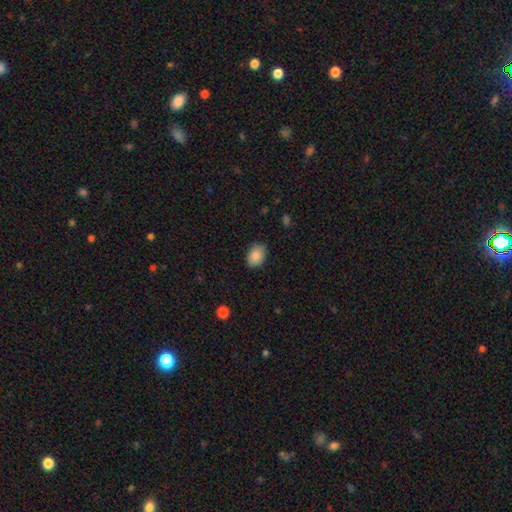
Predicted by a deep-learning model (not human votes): This is clearly a smooth galaxy (87%). How rounded: likely in between (78%). Merging: clearly none (83%).